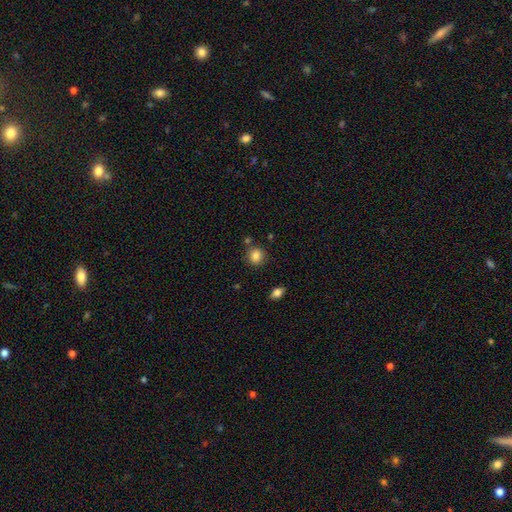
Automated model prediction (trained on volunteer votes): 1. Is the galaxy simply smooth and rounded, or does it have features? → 84% smooth, 10% star or artifact, 5% featured or disk.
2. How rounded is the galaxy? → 80% round, 19% in between, 1% cigar-shaped.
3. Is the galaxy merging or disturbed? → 79% none, 11% minor disturbance, 7% merger, 3% major disturbance.